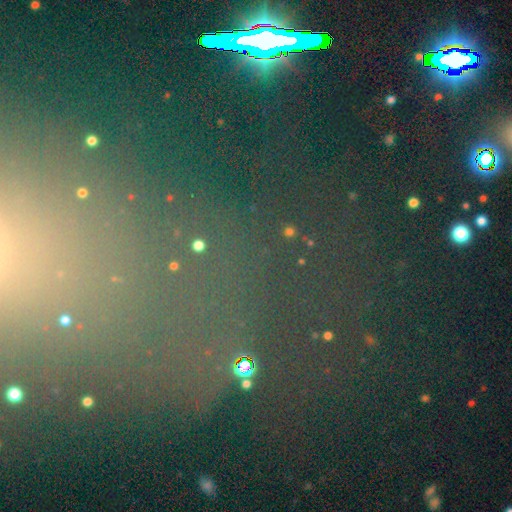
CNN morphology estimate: smooth-or-featured: star or artifact: 74% | smooth: 16% | featured or disk: 10%